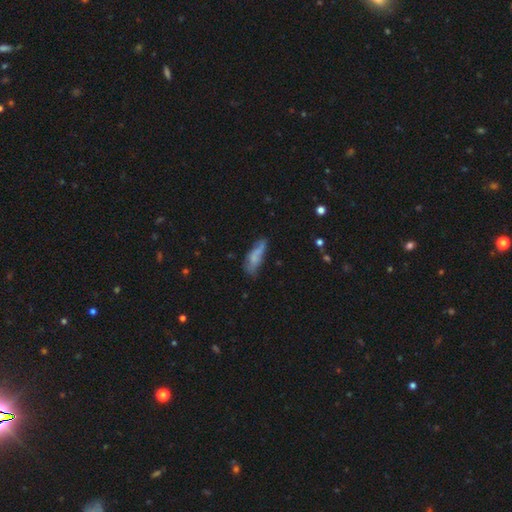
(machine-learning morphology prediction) Q: Smooth or featured?
A: smooth (60%); runner-up: featured or disk (30%)
Q: How rounded?
A: in between (52%); runner-up: cigar-shaped (46%)
Q: Merging?
A: none (44%); runner-up: minor disturbance (29%)